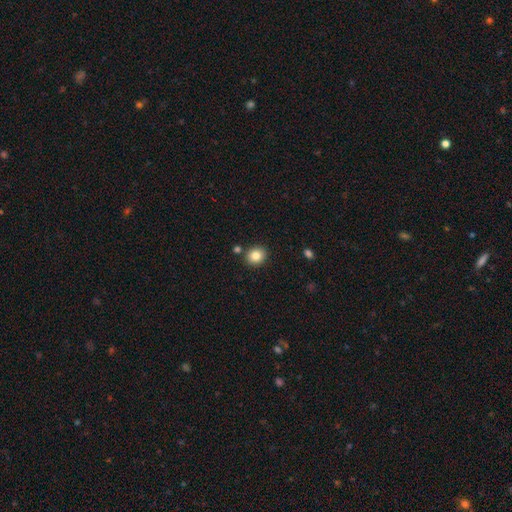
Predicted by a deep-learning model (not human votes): smooth_or_featured: smooth (p=0.85) [alt: star or artifact p=0.10]
how_rounded: round (p=0.71) [alt: in between p=0.28]
merging: none (p=0.85) [alt: minor disturbance p=0.08]